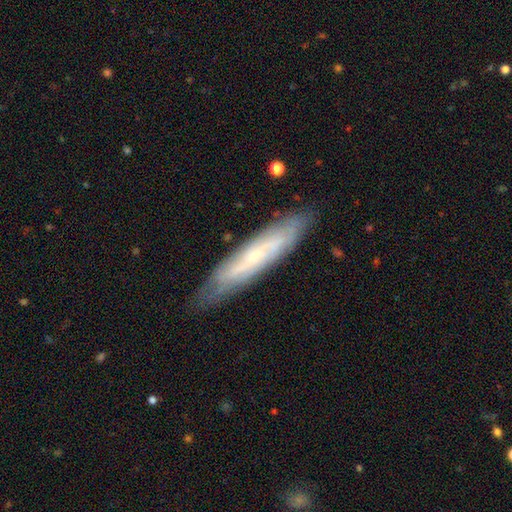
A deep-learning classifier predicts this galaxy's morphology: Q: Smooth or featured?
A: featured or disk (63%); runner-up: smooth (30%)
Q: Edge-on disk?
A: no (51%); runner-up: yes (49%)
Q: Merging?
A: none (80%); runner-up: minor disturbance (15%)